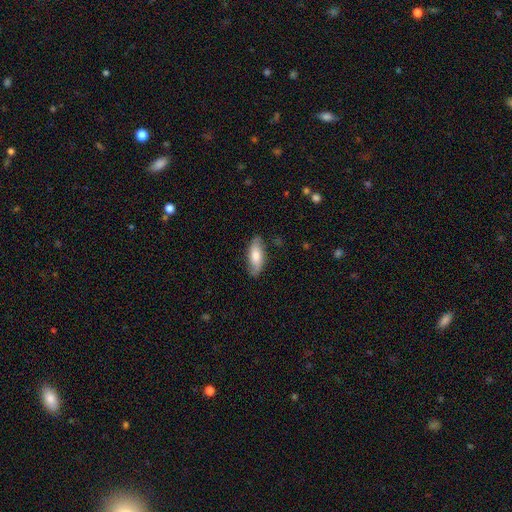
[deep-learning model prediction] Morphology: type=smooth (65%); roundness=in between (71%); merging=none (81%).